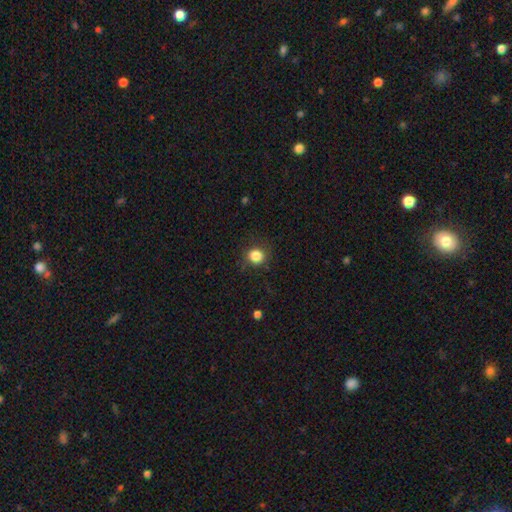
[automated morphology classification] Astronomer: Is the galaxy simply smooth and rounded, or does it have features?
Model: smooth — 84%.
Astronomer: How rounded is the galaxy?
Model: round — 86%.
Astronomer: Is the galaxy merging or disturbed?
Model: none — 83%.